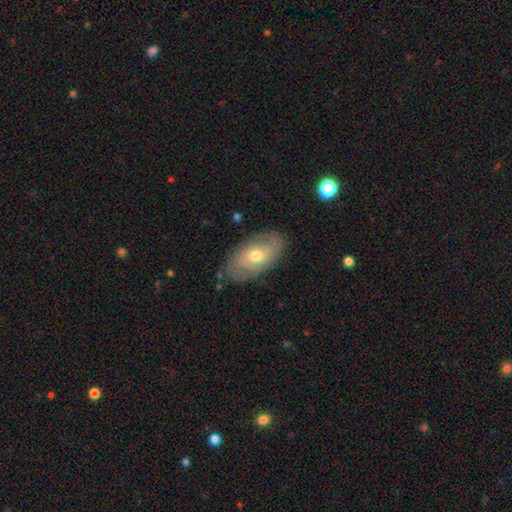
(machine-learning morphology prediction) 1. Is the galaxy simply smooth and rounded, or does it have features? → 54% featured or disk, 37% smooth, 9% star or artifact.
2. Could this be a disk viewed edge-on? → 88% no, 12% yes.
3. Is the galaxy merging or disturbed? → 80% none, 15% minor disturbance, 3% major disturbance, 1% merger.